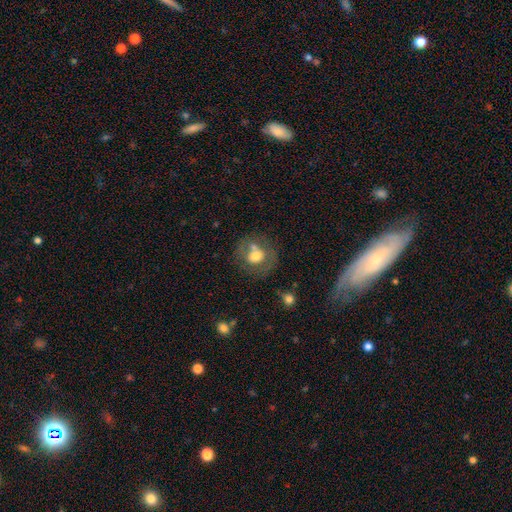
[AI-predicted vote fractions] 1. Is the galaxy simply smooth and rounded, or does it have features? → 57% smooth, 34% featured or disk, 9% star or artifact.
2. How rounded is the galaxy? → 77% round, 22% in between, 1% cigar-shaped.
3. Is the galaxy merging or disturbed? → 53% none, 20% merger, 17% minor disturbance, 9% major disturbance.